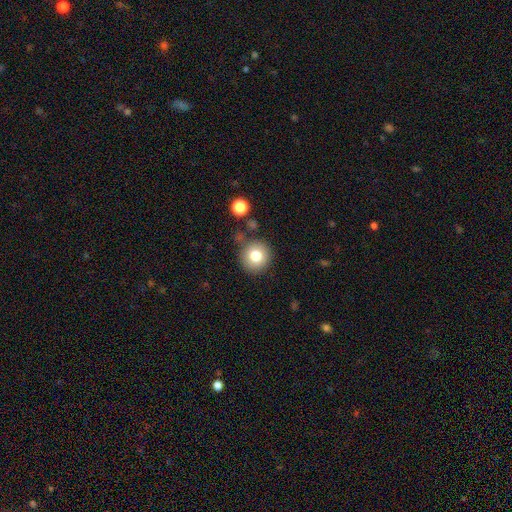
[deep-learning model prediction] A smooth galaxy with no disk features (78%) that is round (92%). Merging: none (80%).